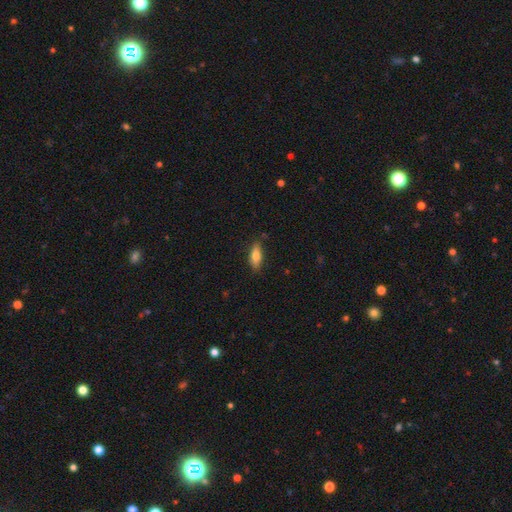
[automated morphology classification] This is likely a smooth galaxy (77%). How rounded: likely in between (71%). Merging: clearly none (83%).